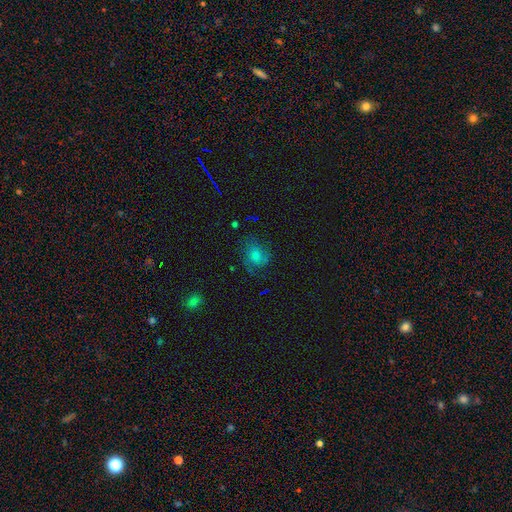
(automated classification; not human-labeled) smooth-or-featured: featured or disk: 40% | smooth: 38% | star or artifact: 22%
  merging: none: 65% | minor disturbance: 20% | major disturbance: 13% | merger: 2%